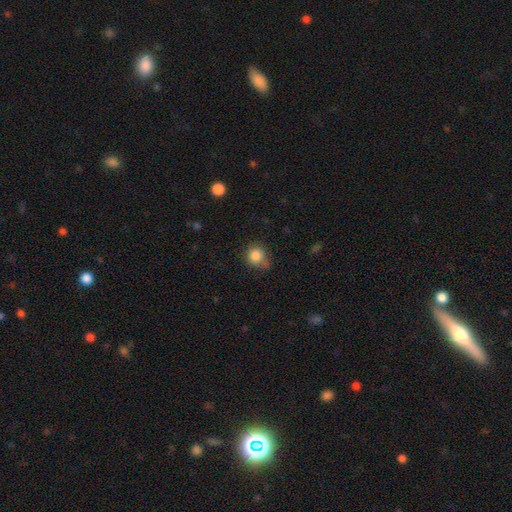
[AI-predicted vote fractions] Smooth or featured? Predicted: smooth (p=0.85). How rounded? Predicted: round (p=0.86). Merging? Predicted: none (p=0.62).